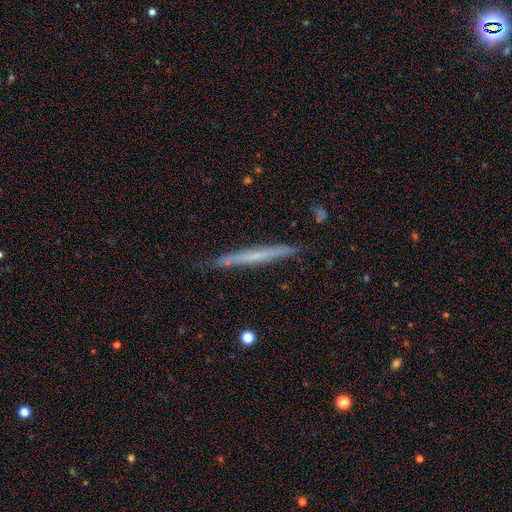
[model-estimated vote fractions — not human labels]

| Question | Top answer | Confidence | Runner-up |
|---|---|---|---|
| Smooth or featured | smooth | 47% | featured or disk (46%) |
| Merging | none | 84% | minor disturbance (13%) |